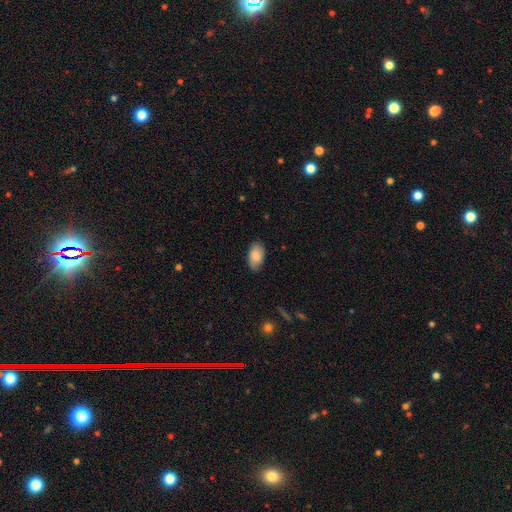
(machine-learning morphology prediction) Smooth or featured? Predicted: smooth (p=0.84). How rounded? Predicted: in between (p=0.95). Merging? Predicted: none (p=0.84).